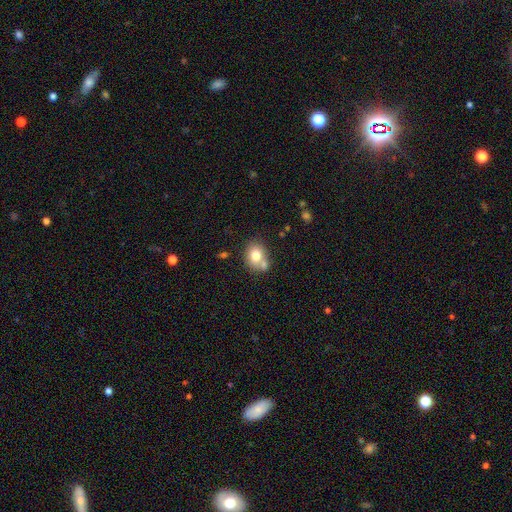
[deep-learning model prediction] Q: Smooth or featured?
A: smooth (75%); runner-up: featured or disk (16%)
Q: How rounded?
A: round (56%); runner-up: in between (44%)
Q: Merging?
A: none (52%); runner-up: merger (30%)